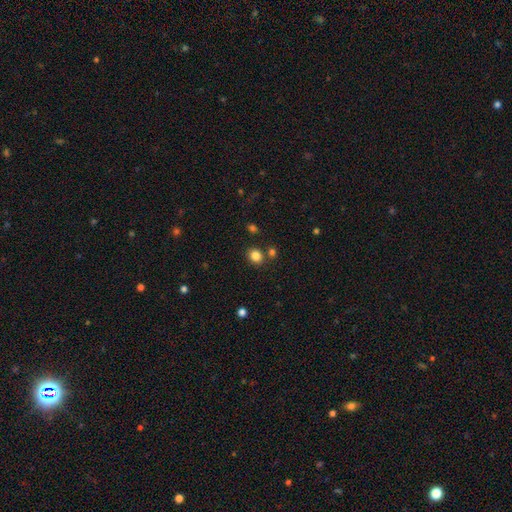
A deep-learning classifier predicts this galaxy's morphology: This is clearly a smooth galaxy (83%). How rounded: likely round (72%). Merging: likely none (80%).